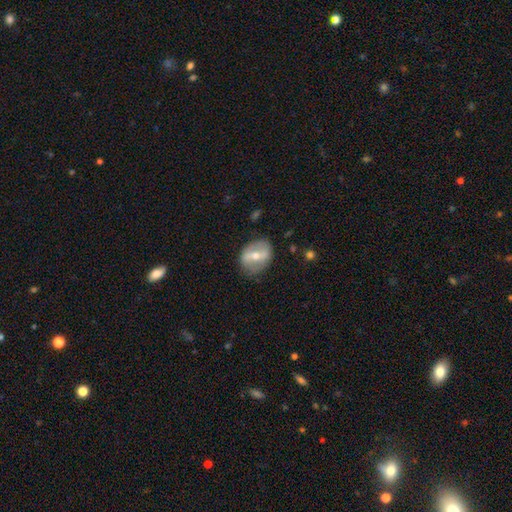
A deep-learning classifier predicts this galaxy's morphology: featured or disk 61%, smooth 32%, star or artifact 6%. Down the decision tree: edge-on disk — no (90%); bar — strong (62%); spiral arms — no (66%); bulge size — moderate (56%); merging — none (78%).